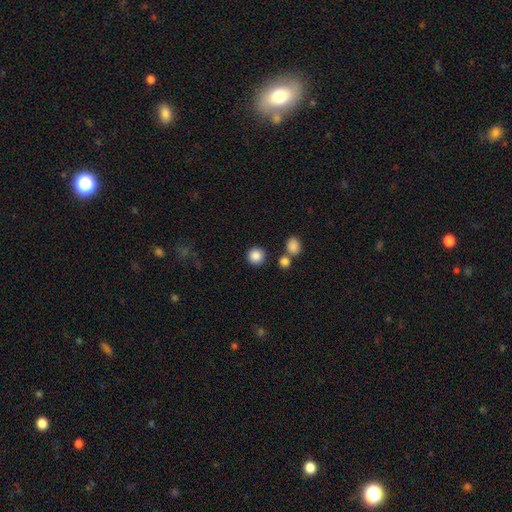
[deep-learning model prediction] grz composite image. It shows a smooth galaxy with no disk features (86%) that is round (94%). Merging: none (83%).